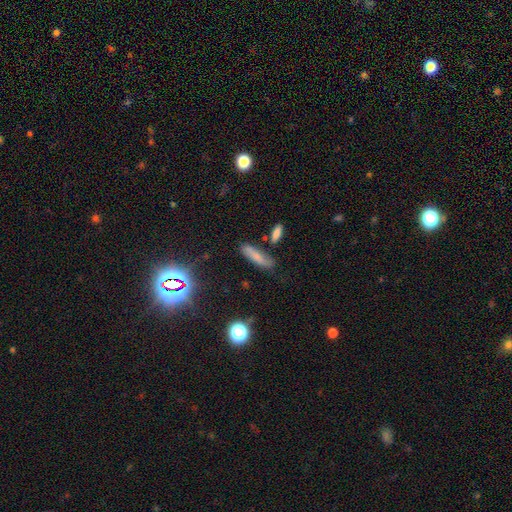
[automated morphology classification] This is likely a smooth galaxy (67%). How rounded: likely cigar-shaped (60%). Merging: likely none (74%).